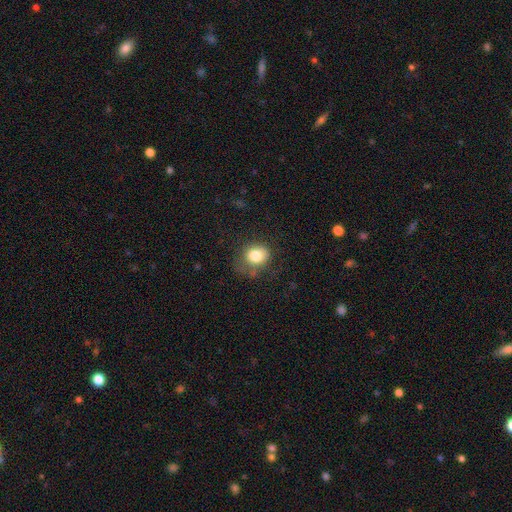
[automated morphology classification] The model was most divided on "merging": none: 60%, minor disturbance: 26%, major disturbance: 12%, merger: 3%. More confident: smooth or featured — smooth (81%); how rounded — round (67%).